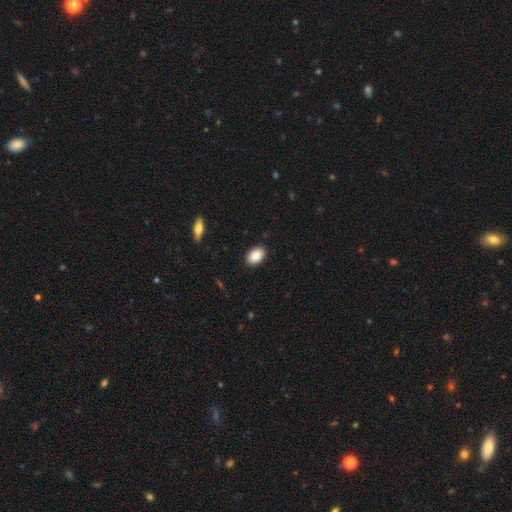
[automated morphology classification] Smooth or featured? Predicted: smooth (p=0.85). How rounded? Predicted: in between (p=0.87). Merging? Predicted: none (p=0.90).